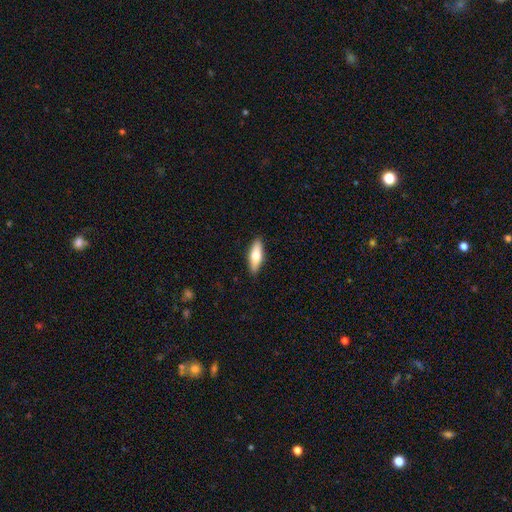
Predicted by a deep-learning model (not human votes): Overall: smooth (68%). How rounded: in between (56%; cigar-shaped 41%). Merging: none (89%).